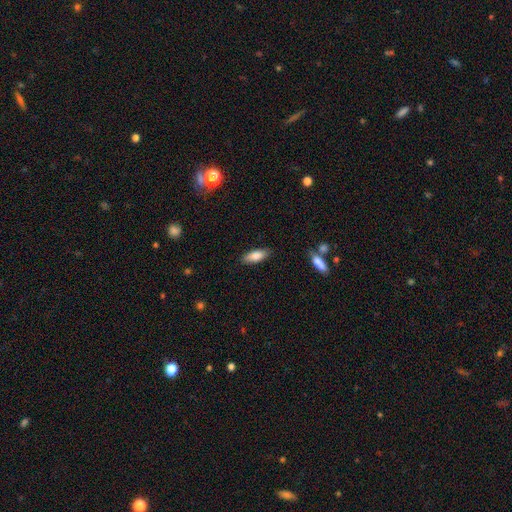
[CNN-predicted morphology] type=smooth (81%); roundness=in between (72%); merging=none (85%).